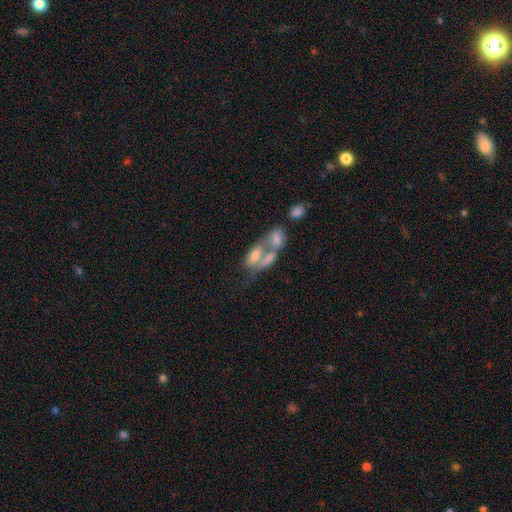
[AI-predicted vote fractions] Overall: smooth (45%; featured or disk 43%). Merging: merger (68%).